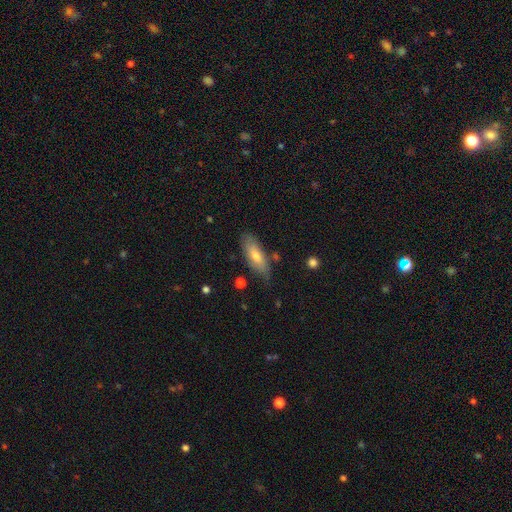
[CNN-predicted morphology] A smooth galaxy with no disk features (67%) that is in between round and cigar-shaped (64%). Merging: none (76%).